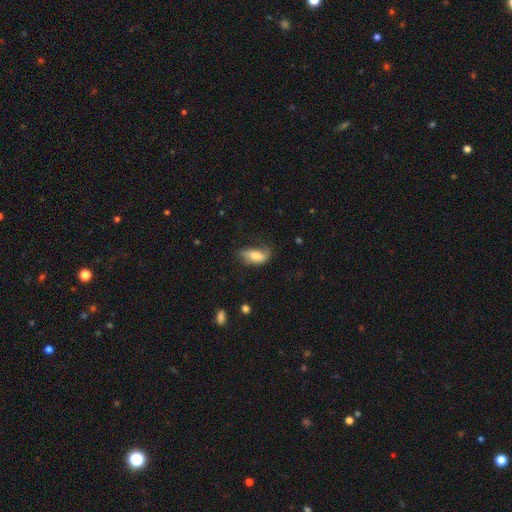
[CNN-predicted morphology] Smooth or featured?
  - smooth: 68% *
  - featured or disk: 25%
  - star or artifact: 8%
How rounded?
  - in between: 85% *
  - cigar-shaped: 11%
  - round: 4%
Merging?
  - none: 40% *
  - minor disturbance: 34%
  - major disturbance: 23%
  - merger: 2%